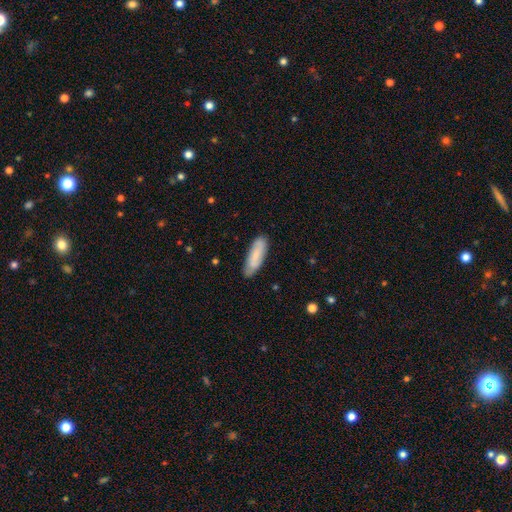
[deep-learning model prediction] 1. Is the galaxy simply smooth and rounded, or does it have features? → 75% smooth, 19% featured or disk, 6% star or artifact.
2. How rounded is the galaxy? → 52% in between, 46% cigar-shaped, 2% round.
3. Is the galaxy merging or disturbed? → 81% none, 15% minor disturbance, 3% major disturbance, 1% merger.